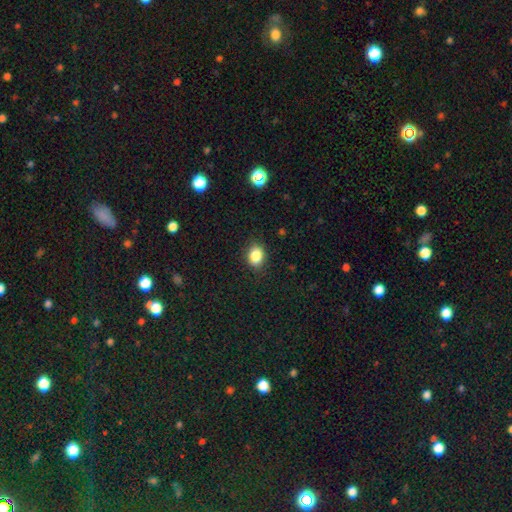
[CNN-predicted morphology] A smooth galaxy with no disk features (85%) that is in between round and cigar-shaped (57%).

Vote fractions:
- Smooth or featured? smooth: 85% / star or artifact: 10% / featured or disk: 5%
- How rounded? in between: 57% / round: 41% / cigar-shaped: 1%
- Merging? none: 85% / minor disturbance: 11% / major disturbance: 3% / merger: 1%